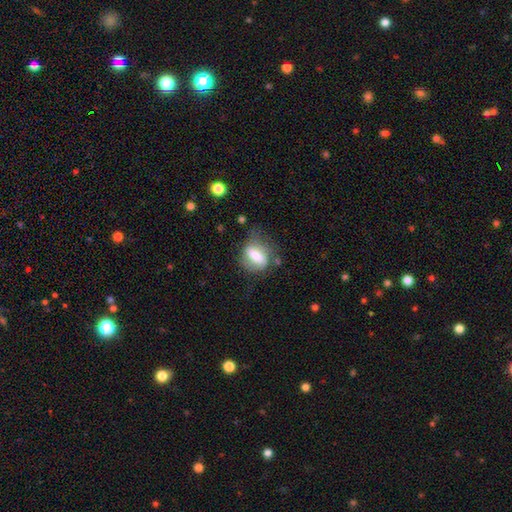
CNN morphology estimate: The model was most divided on "merging": none: 47%, minor disturbance: 29%, major disturbance: 19%, merger: 5%. More confident: how rounded — in between (69%); smooth or featured — smooth (61%).